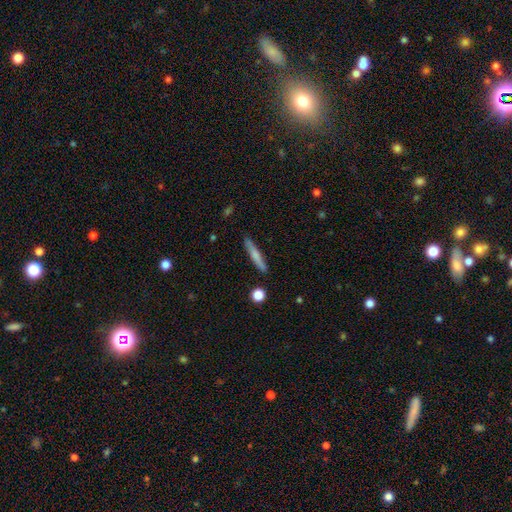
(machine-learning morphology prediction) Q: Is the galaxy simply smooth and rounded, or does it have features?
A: smooth — 64%.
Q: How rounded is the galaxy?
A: cigar-shaped — 93%.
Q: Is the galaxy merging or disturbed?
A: none — 86%.